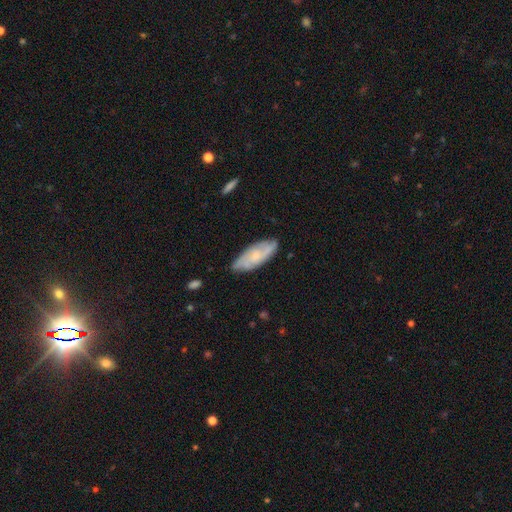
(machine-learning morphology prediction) Q: Smooth or featured?
A: featured or disk (56%); runner-up: smooth (37%)
Q: Edge-on disk?
A: no (87%); runner-up: yes (13%)
Q: Merging?
A: none (76%); runner-up: minor disturbance (19%)